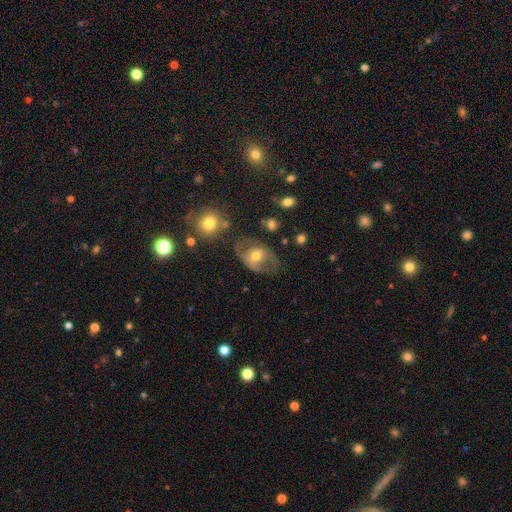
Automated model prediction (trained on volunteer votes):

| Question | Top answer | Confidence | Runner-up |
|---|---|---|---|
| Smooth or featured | featured or disk | 55% | smooth (36%) |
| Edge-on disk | no | 94% | yes (6%) |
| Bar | no | 56% | weak (30%) |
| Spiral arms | yes | 56% | no (44%) |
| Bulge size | moderate | 67% | small (25%) |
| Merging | none | 48% | minor disturbance (25%) |